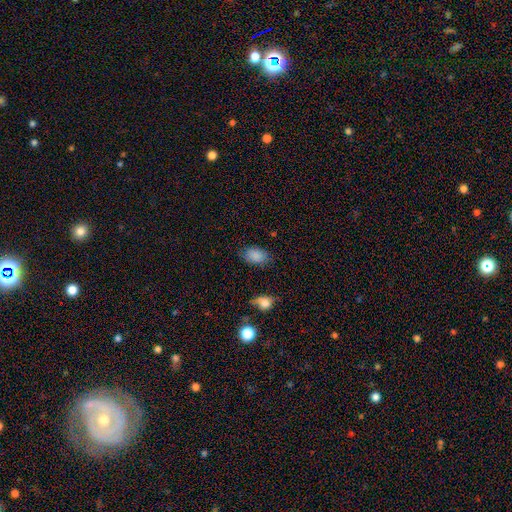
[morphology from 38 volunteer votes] smooth-or-featured: smooth: 87% | star or artifact: 8% | featured or disk: 5%
  how-rounded: in between: 94% | round: 6% | cigar-shaped: 0%
  merging: none: 77% | minor disturbance: 9% | major disturbance: 9% | merger: 6%